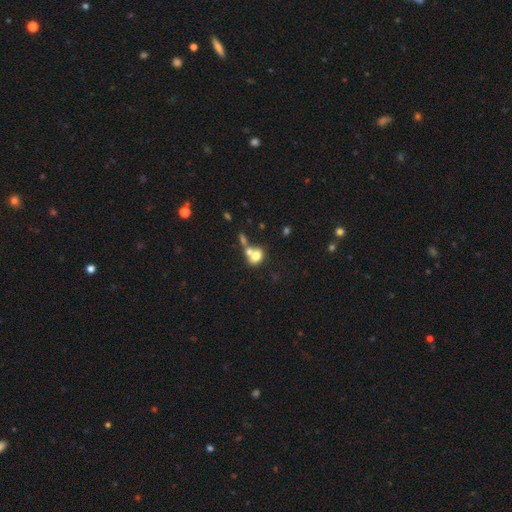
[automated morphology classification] Smooth or featured?
  - smooth: 71% *
  - featured or disk: 19%
  - star or artifact: 11%
How rounded?
  - round: 51% *
  - in between: 48%
  - cigar-shaped: 2%
Merging?
  - merger: 54% *
  - none: 30%
  - minor disturbance: 10%
  - major disturbance: 6%